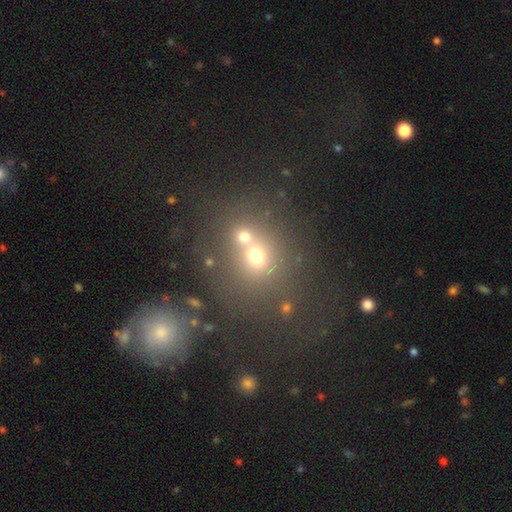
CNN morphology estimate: smooth 62%, star or artifact 23%, featured or disk 15%. Down the decision tree: how rounded — round (75%); merging — merger (45%).